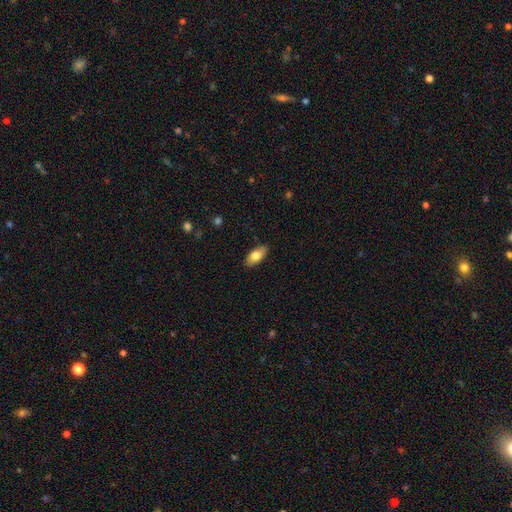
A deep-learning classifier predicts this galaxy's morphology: This appears to be a smooth galaxy with no disk features (78%) that is in between round and cigar-shaped (89%). Merging: none (88%).